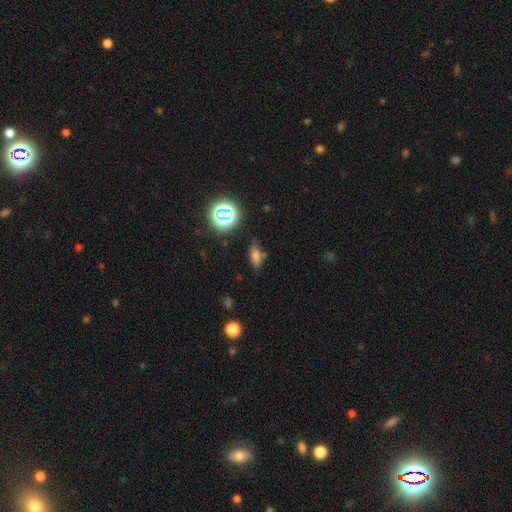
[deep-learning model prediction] smooth 70%, star or artifact 20%, featured or disk 11%. Down the decision tree: how rounded — in between (75%); merging — none (70%).